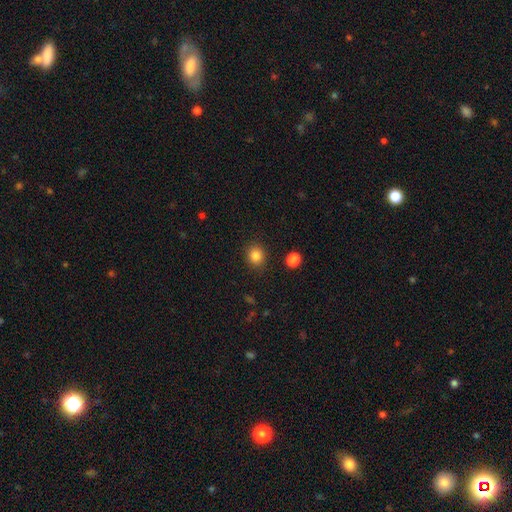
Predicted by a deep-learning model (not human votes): Smooth or featured: smooth — 84% (star or artifact — 11%)
How rounded: round — 79% (in between — 20%)
Merging: none — 88% (minor disturbance — 7%)